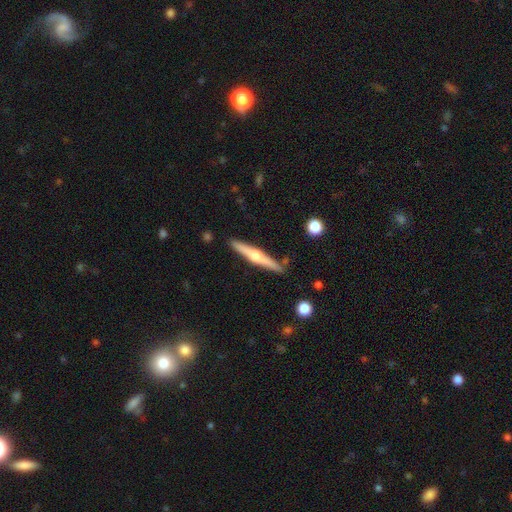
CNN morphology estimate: Smooth or featured: featured or disk — 67% (smooth — 27%)
Edge-on disk: yes — 98% (no — 2%)
Edge-on bulge: rounded — 90% (none — 6%)
Merging: none — 89% (minor disturbance — 7%)